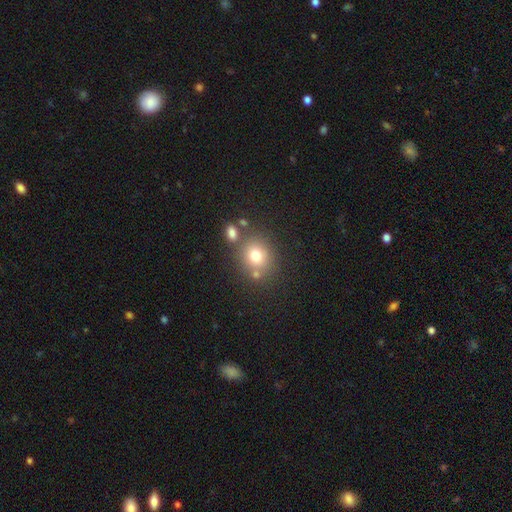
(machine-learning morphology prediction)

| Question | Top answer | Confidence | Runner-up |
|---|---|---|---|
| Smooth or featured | smooth | 75% | star or artifact (13%) |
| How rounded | round | 78% | in between (21%) |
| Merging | none | 68% | merger (16%) |